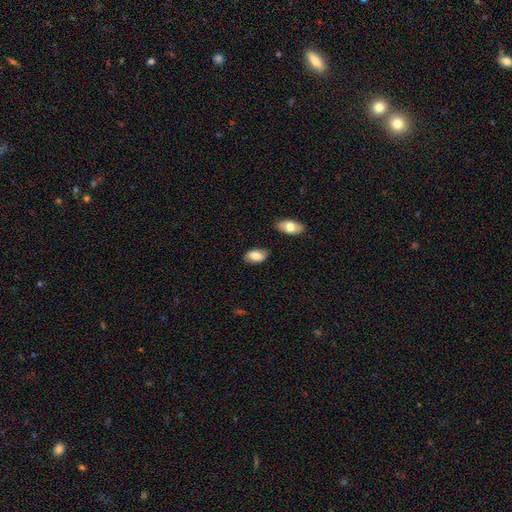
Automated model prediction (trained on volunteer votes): smooth-or-featured: smooth: 78% | featured or disk: 16% | star or artifact: 6%
  how-rounded: in between: 93% | round: 4% | cigar-shaped: 2%
  merging: none: 80% | minor disturbance: 14% | major disturbance: 3% | merger: 3%